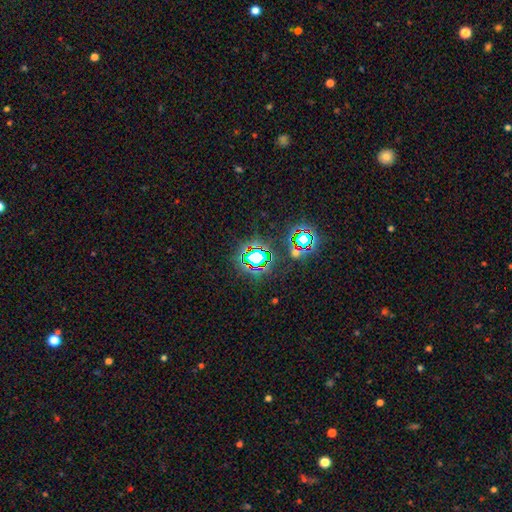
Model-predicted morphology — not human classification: star or artifact 68%, smooth 19%, featured or disk 12%.